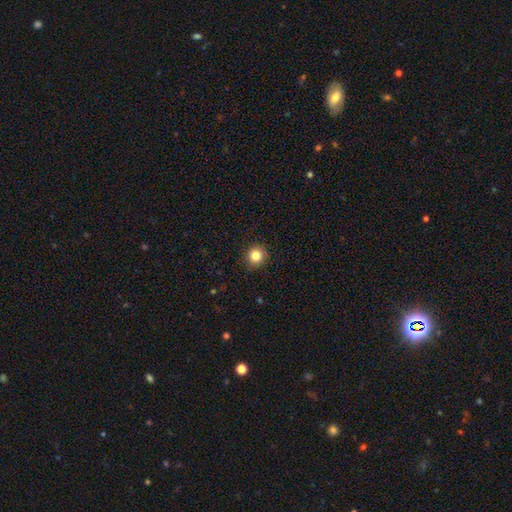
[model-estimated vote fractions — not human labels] smooth_or_featured: smooth (p=0.83) [alt: star or artifact p=0.11]
how_rounded: round (p=0.92) [alt: in between p=0.07]
merging: none (p=0.90) [alt: minor disturbance p=0.07]